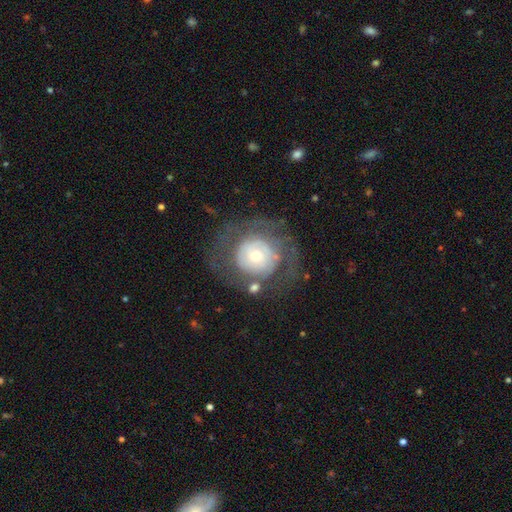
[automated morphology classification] featured or disk 62%, smooth 30%, star or artifact 8%. Down the decision tree: edge-on disk — no (96%); bar — no (84%); spiral arms — yes (55%); bulge size — small (54%); merging — none (64%).